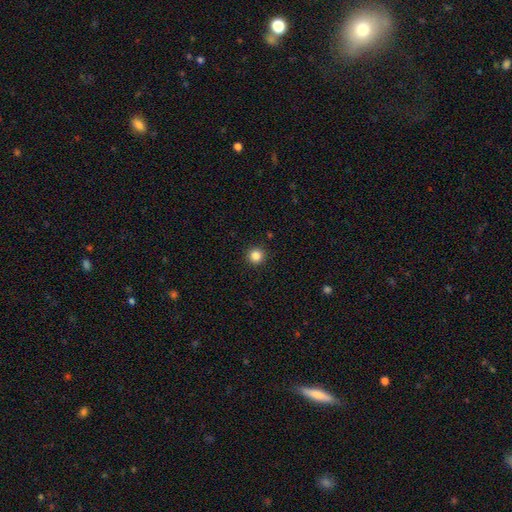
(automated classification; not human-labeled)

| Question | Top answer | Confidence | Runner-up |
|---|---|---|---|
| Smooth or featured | smooth | 85% | star or artifact (11%) |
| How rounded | round | 96% | in between (4%) |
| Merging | none | 93% | minor disturbance (4%) |